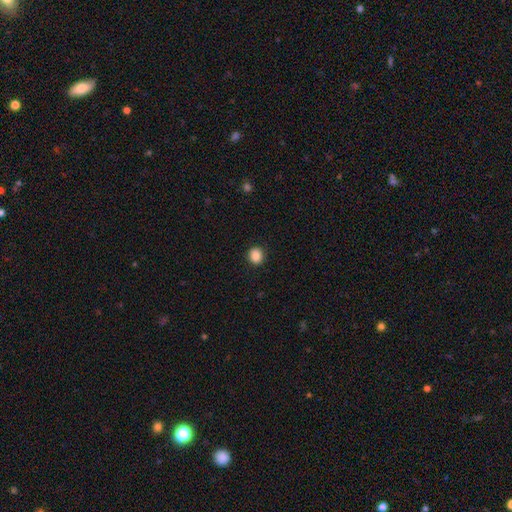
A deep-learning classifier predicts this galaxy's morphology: Smooth or featured? smooth (87%)
How rounded? round (81%)
Merging? none (90%)